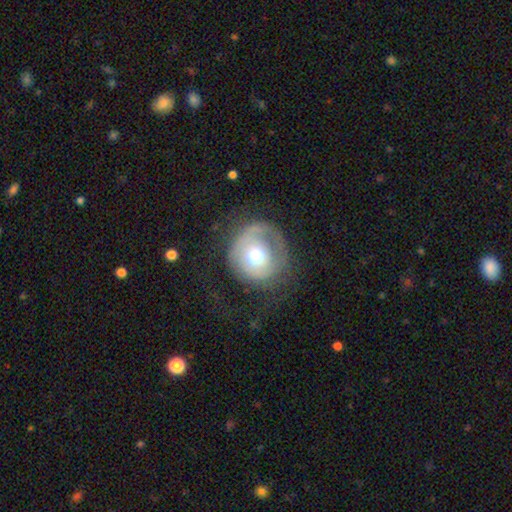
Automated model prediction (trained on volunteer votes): Q: Smooth or featured?
A: featured or disk (46%); tied with: smooth (46%)
Q: Merging?
A: none (51%); runner-up: major disturbance (25%)